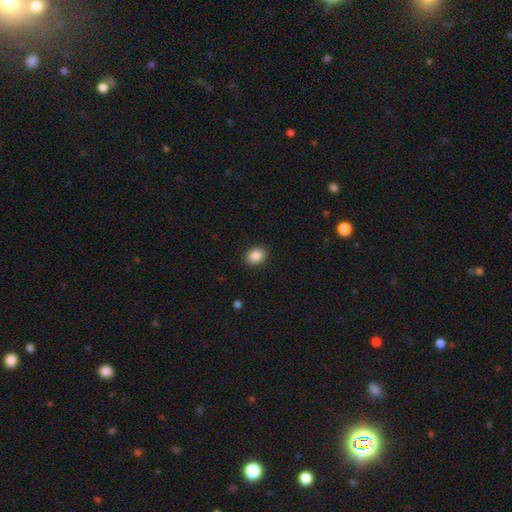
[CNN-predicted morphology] smooth-or-featured: smooth: 88% | star or artifact: 8% | featured or disk: 3%
  how-rounded: in between: 59% | round: 40% | cigar-shaped: 1%
  merging: none: 90% | minor disturbance: 7% | major disturbance: 2% | merger: 1%